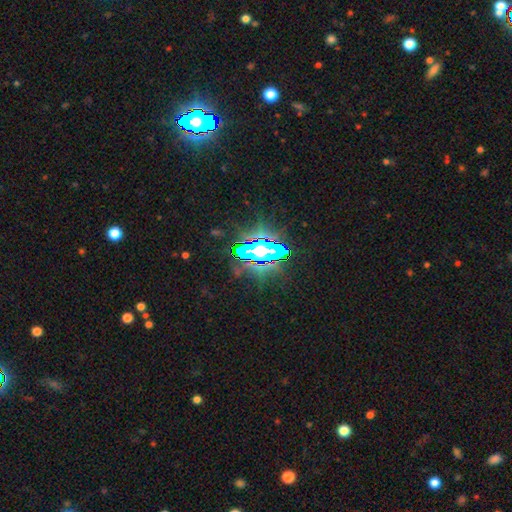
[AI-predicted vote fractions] Morphology: type=star or artifact (73%).